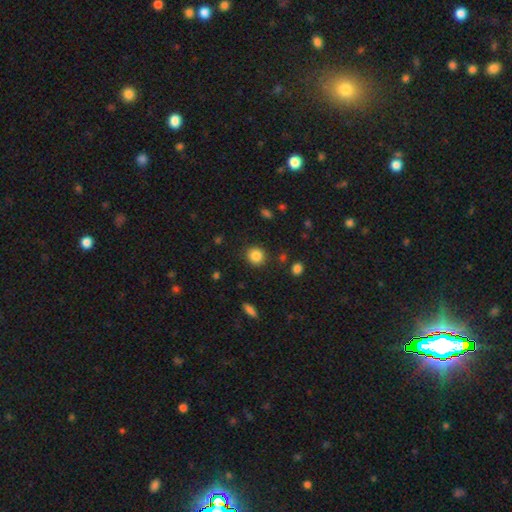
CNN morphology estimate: smooth-or-featured: smooth: 85% | star or artifact: 10% | featured or disk: 4%
  how-rounded: round: 90% | in between: 9% | cigar-shaped: 1%
  merging: none: 88% | minor disturbance: 7% | major disturbance: 3% | merger: 2%